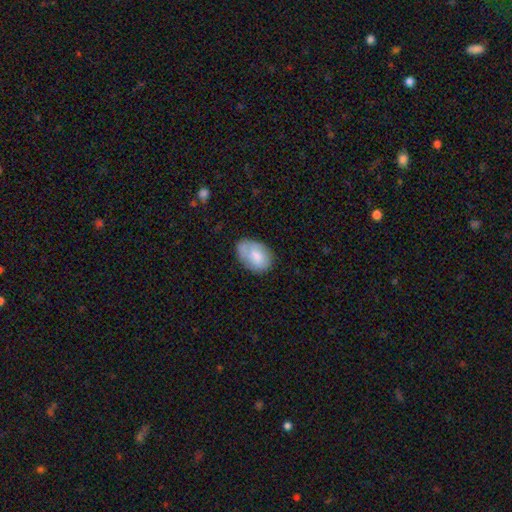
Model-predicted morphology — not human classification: The model was most divided on "merging": none: 65%, minor disturbance: 27%, major disturbance: 7%, merger: 2%. More confident: how rounded — in between (86%); smooth or featured — smooth (74%).